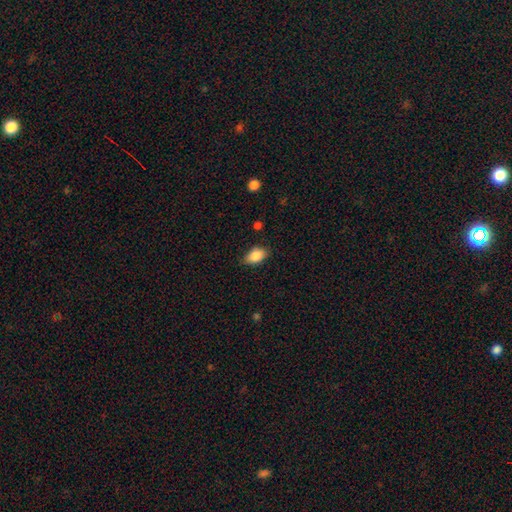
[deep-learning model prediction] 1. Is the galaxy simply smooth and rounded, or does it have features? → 87% smooth, 8% star or artifact, 6% featured or disk.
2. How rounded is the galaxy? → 86% in between, 12% round, 2% cigar-shaped.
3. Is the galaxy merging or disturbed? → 79% none, 17% minor disturbance, 3% major disturbance, 1% merger.